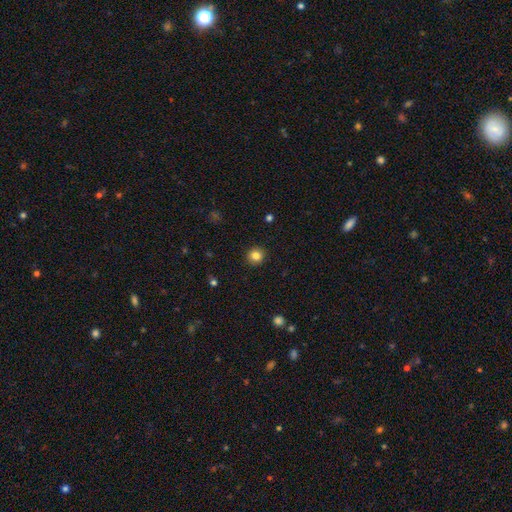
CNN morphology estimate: This is clearly a smooth galaxy (84%). How rounded: clearly round (92%). Merging: clearly none (92%).